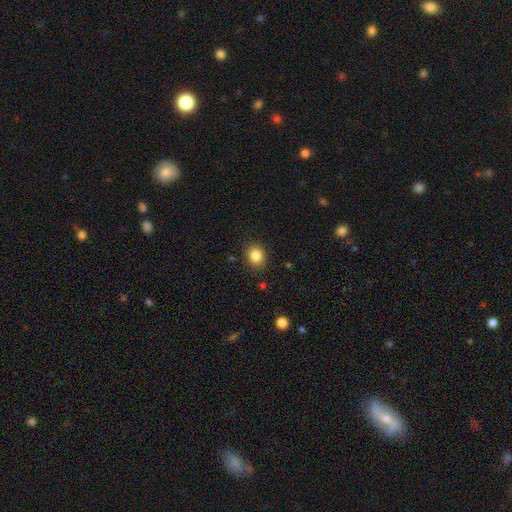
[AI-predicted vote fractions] Q: Smooth or featured?
A: smooth (84%); runner-up: star or artifact (10%)
Q: How rounded?
A: round (69%); runner-up: in between (30%)
Q: Merging?
A: none (86%); runner-up: minor disturbance (10%)